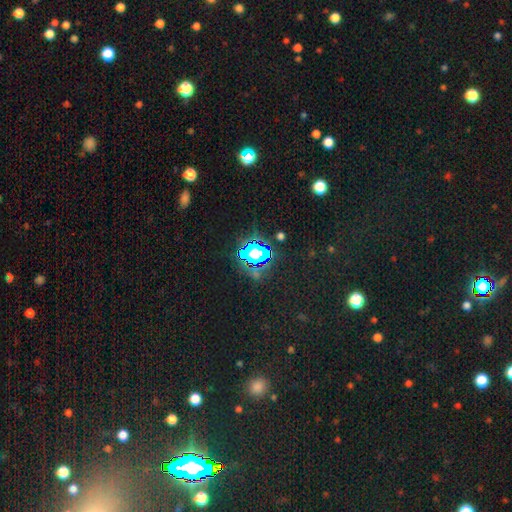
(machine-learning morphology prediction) Smooth or featured? Predicted: star or artifact (p=0.76).